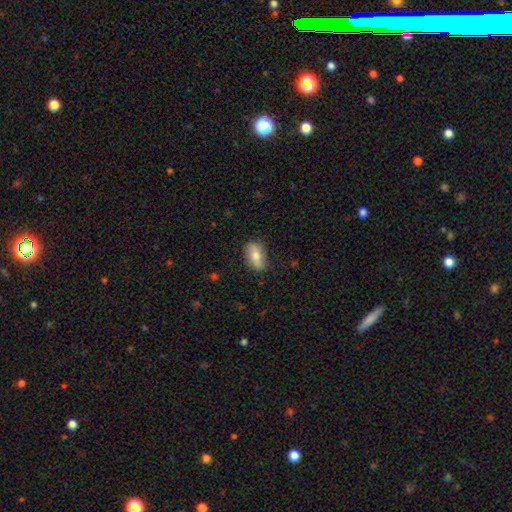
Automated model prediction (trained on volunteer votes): smooth_or_featured: smooth (p=0.60) [alt: featured or disk p=0.33]
how_rounded: in between (p=0.86) [alt: round p=0.08]
merging: none (p=0.80) [alt: minor disturbance p=0.16]